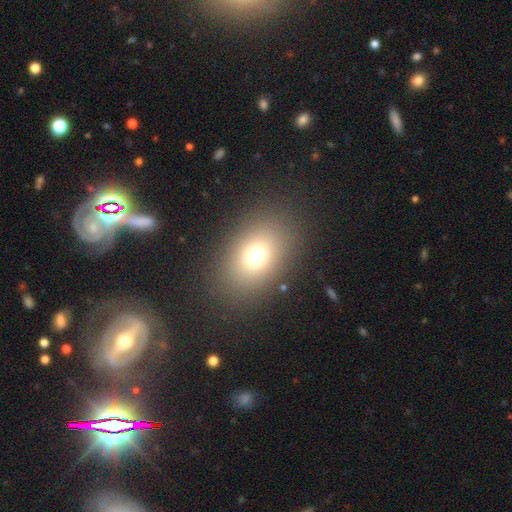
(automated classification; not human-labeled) This is likely a smooth galaxy (71%). How rounded: likely in between (71%). Merging: clearly none (85%).